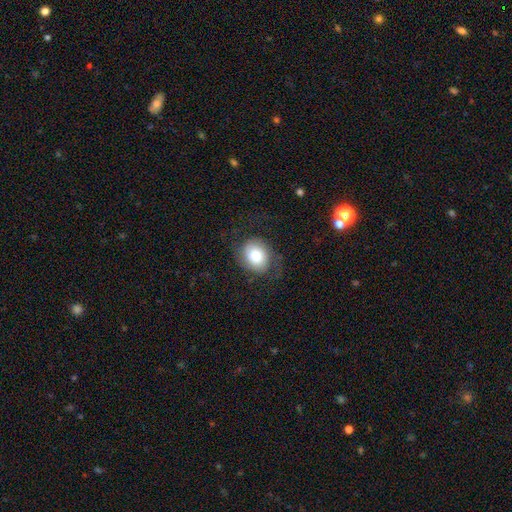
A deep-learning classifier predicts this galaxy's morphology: A smooth galaxy with no disk features (66%) that is round (51%).

Vote fractions:
- Smooth or featured? smooth: 66% / featured or disk: 26% / star or artifact: 8%
- How rounded? round: 51% / in between: 48% / cigar-shaped: 1%
- Merging? none: 67% / minor disturbance: 19% / major disturbance: 14% / merger: 1%